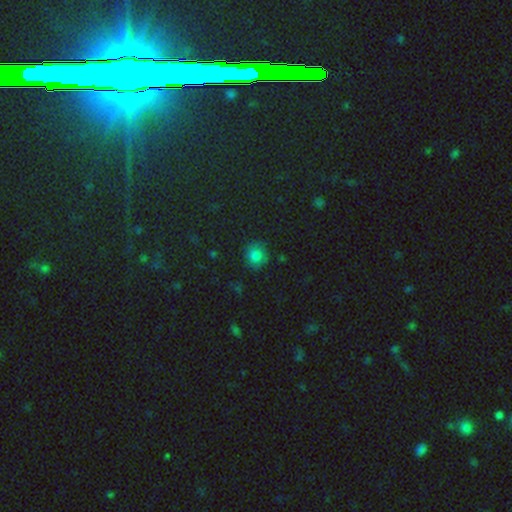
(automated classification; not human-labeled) This appears to be a smooth galaxy with no disk features (77%) that is round (85%). Merging: none (82%).